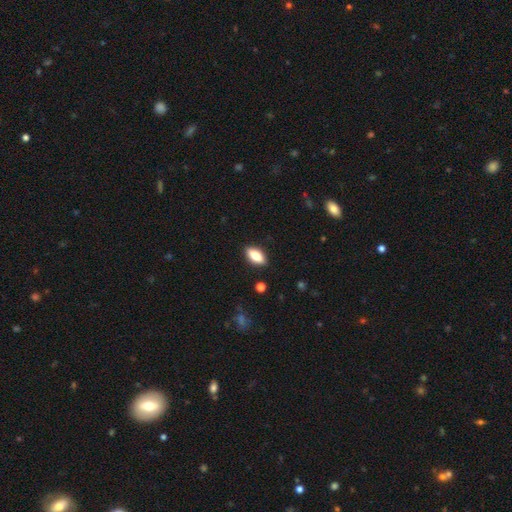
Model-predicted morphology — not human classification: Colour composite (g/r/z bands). It shows a smooth galaxy with no disk features (77%) that is in between round and cigar-shaped (86%). Merging: none (88%).